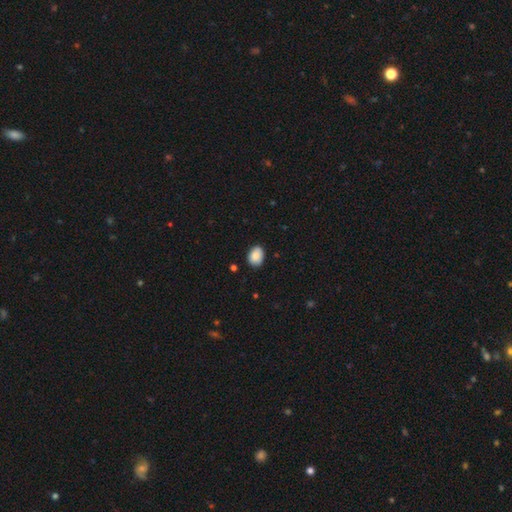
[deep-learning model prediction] Morphology: type=smooth (88%); roundness=in between (72%); merging=none (84%).